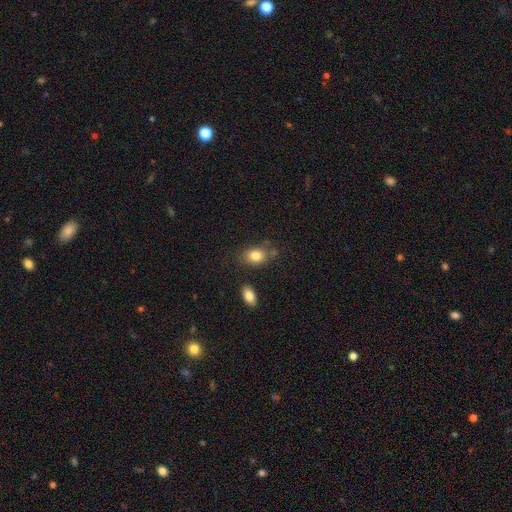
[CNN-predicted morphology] Smooth or featured?
  - smooth: 83% *
  - star or artifact: 9%
  - featured or disk: 8%
How rounded?
  - in between: 71% *
  - round: 28%
  - cigar-shaped: 1%
Merging?
  - none: 72% *
  - minor disturbance: 16%
  - merger: 8%
  - major disturbance: 5%